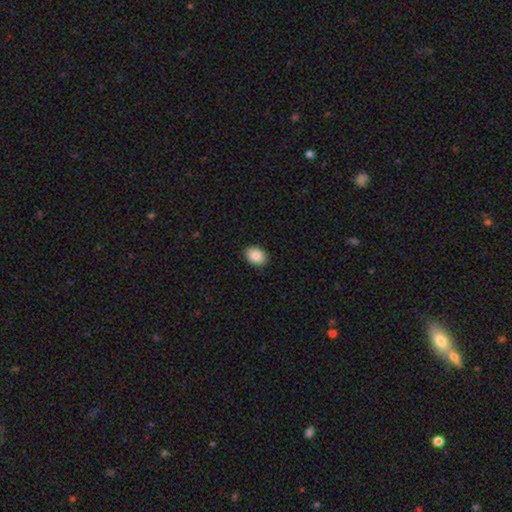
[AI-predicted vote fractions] This appears to be a smooth galaxy with no disk features (88%) that is in between round and cigar-shaped (67%). Merging: none (89%).